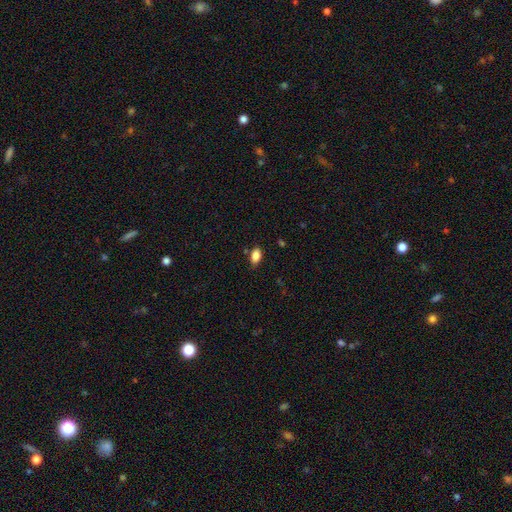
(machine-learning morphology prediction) smooth-or-featured: smooth: 86% | star or artifact: 9% | featured or disk: 5%
  how-rounded: in between: 90% | round: 7% | cigar-shaped: 3%
  merging: none: 81% | minor disturbance: 14% | major disturbance: 3% | merger: 2%